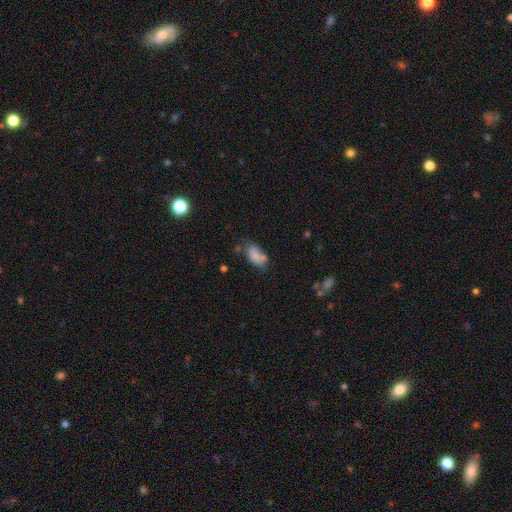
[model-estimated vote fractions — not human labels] Morphology: type=smooth (75%); roundness=in between (90%); merging=none (43%).